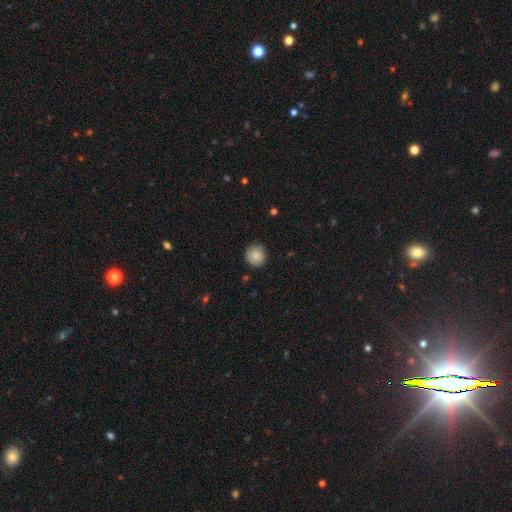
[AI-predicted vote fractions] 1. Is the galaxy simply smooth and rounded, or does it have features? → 86% smooth, 8% star or artifact, 6% featured or disk.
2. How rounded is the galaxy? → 95% round, 4% in between, 1% cigar-shaped.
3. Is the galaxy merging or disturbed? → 89% none, 8% minor disturbance, 2% major disturbance, 1% merger.